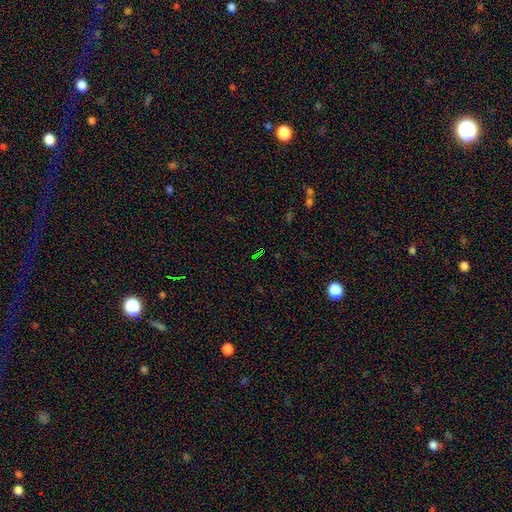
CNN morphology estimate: Smooth or featured? star or artifact (73%)